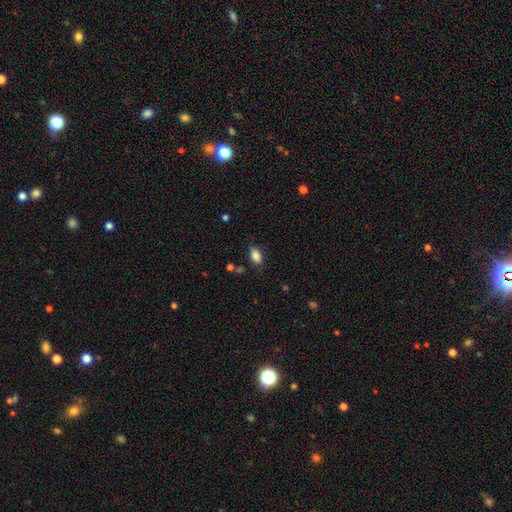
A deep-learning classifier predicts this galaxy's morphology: Smooth or featured? Predicted: smooth (p=0.86). How rounded? Predicted: in between (p=0.91). Merging? Predicted: none (p=0.82).